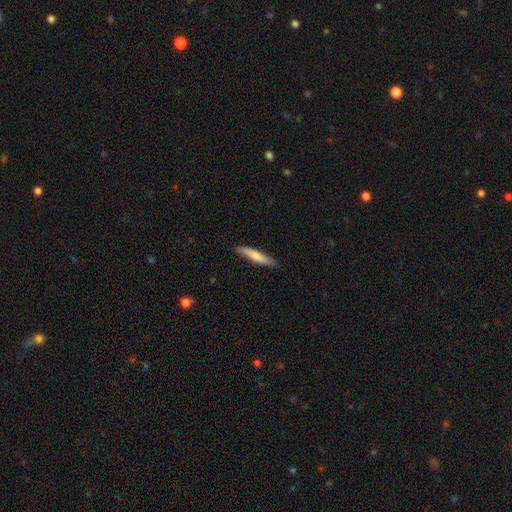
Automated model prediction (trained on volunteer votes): Smooth or featured? Predicted: smooth (p=0.71). How rounded? Predicted: cigar-shaped (p=0.92). Merging? Predicted: none (p=0.87).